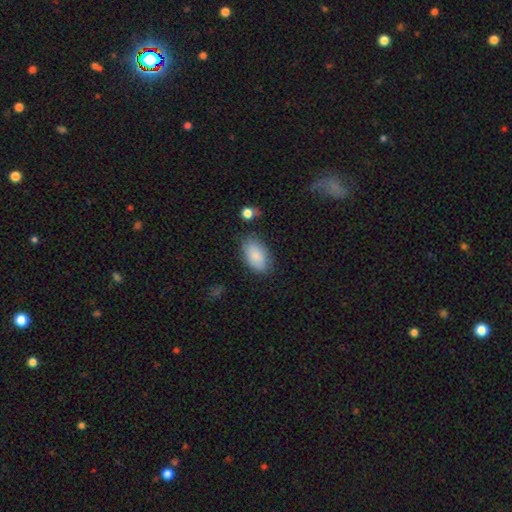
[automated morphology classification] Smooth or featured? smooth (87%)
How rounded? in between (93%)
Merging? none (75%)